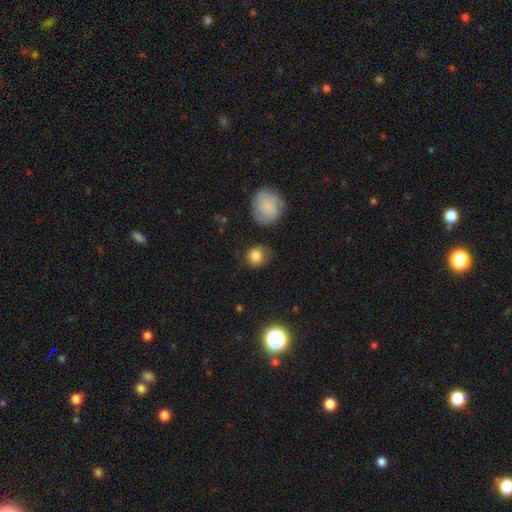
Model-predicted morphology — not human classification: smooth_or_featured: smooth (p=0.83) [alt: star or artifact p=0.09]
how_rounded: round (p=0.81) [alt: in between p=0.18]
merging: none (p=0.72) [alt: minor disturbance p=0.19]